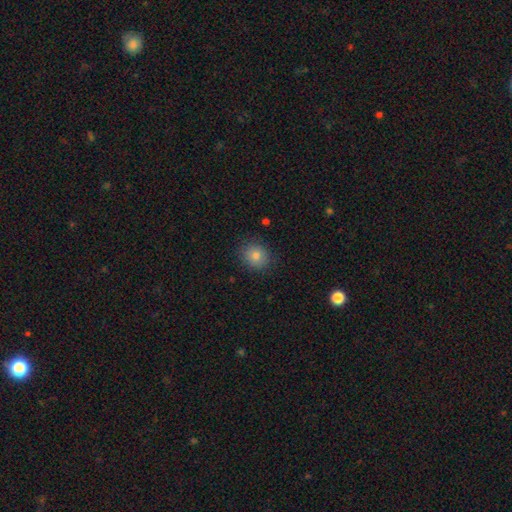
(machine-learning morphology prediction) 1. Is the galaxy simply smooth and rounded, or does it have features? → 79% smooth, 12% star or artifact, 9% featured or disk.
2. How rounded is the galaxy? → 81% round, 18% in between, 1% cigar-shaped.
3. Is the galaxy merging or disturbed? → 88% none, 9% minor disturbance, 2% major disturbance, 1% merger.